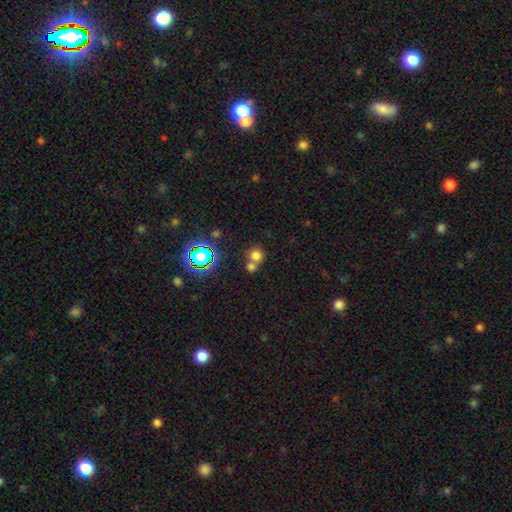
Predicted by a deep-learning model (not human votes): Morphology: type=smooth (72%); roundness=round (86%); merging=none (47%).